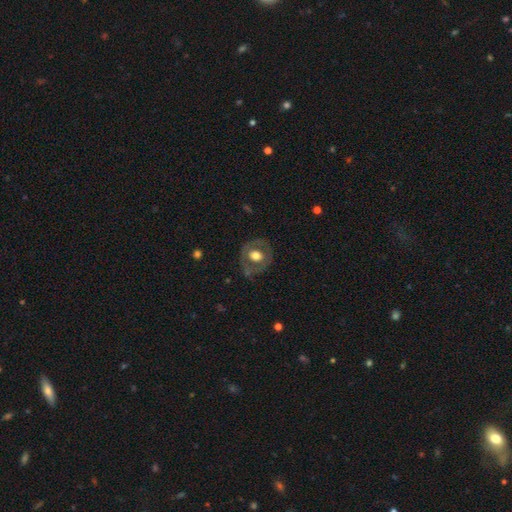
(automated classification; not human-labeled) Smooth or featured?
  - featured or disk: 47% *
  - smooth: 46%
  - star or artifact: 7%
Merging?
  - none: 76% *
  - minor disturbance: 15%
  - major disturbance: 7%
  - merger: 2%